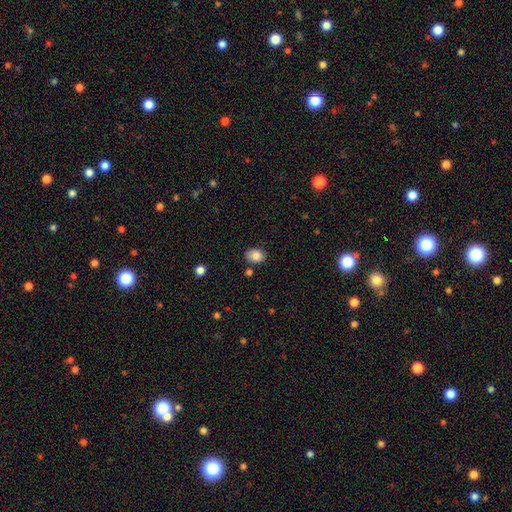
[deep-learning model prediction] The model was most divided on "how rounded": in between: 62%, round: 37%, cigar-shaped: 1%. More confident: smooth or featured — smooth (86%); merging — none (77%).